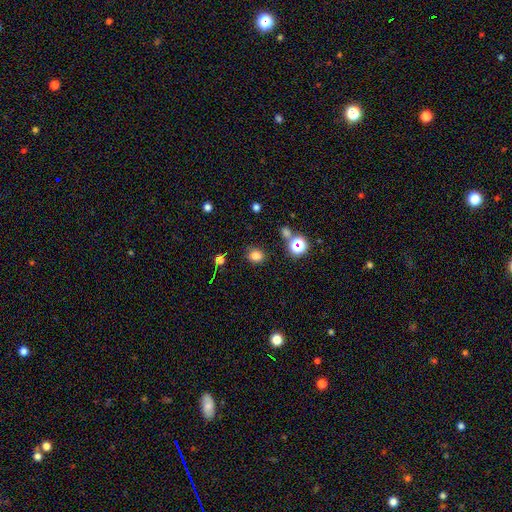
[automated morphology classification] Smooth or featured?
  - smooth: 77% *
  - star or artifact: 18%
  - featured or disk: 6%
How rounded?
  - round: 64% *
  - in between: 35%
  - cigar-shaped: 1%
Merging?
  - none: 83% *
  - minor disturbance: 10%
  - merger: 4%
  - major disturbance: 3%